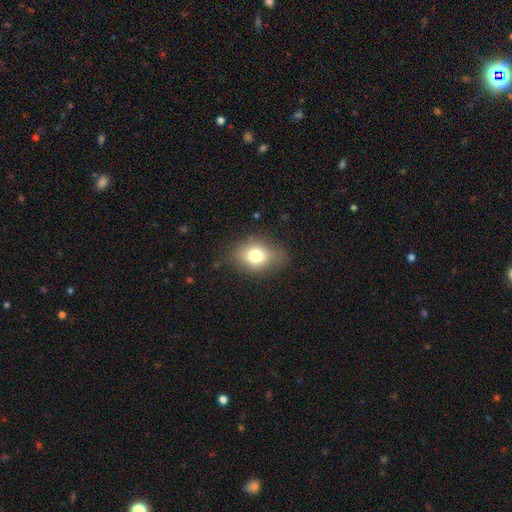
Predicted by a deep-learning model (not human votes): Q: Smooth or featured?
A: smooth (75%); runner-up: featured or disk (14%)
Q: How rounded?
A: in between (67%); runner-up: round (31%)
Q: Merging?
A: none (73%); runner-up: minor disturbance (19%)